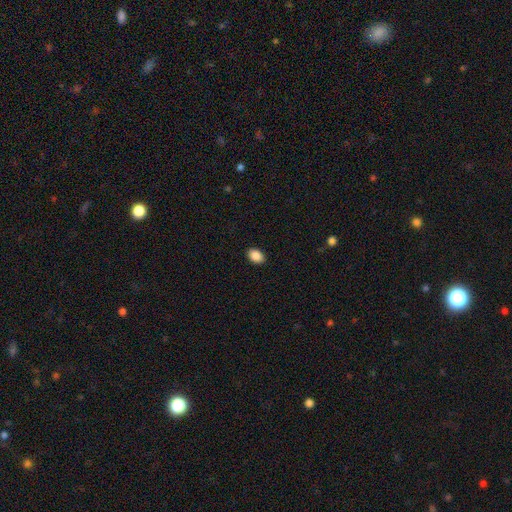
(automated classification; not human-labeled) Morphology: type=smooth (89%); roundness=in between (80%); merging=none (90%).